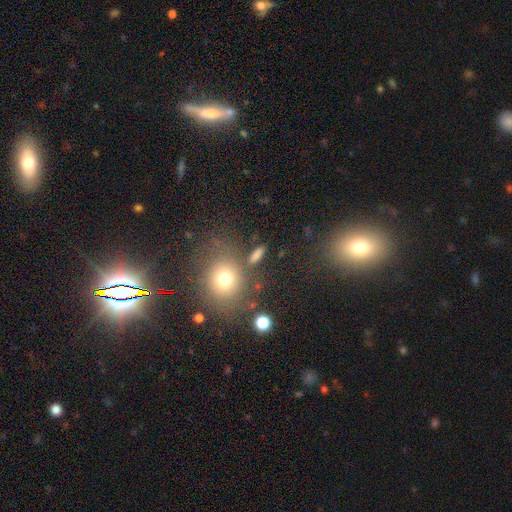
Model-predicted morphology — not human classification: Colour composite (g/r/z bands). It shows a smooth galaxy with no disk features (62%) that is round (52%). Merging: none (73%).